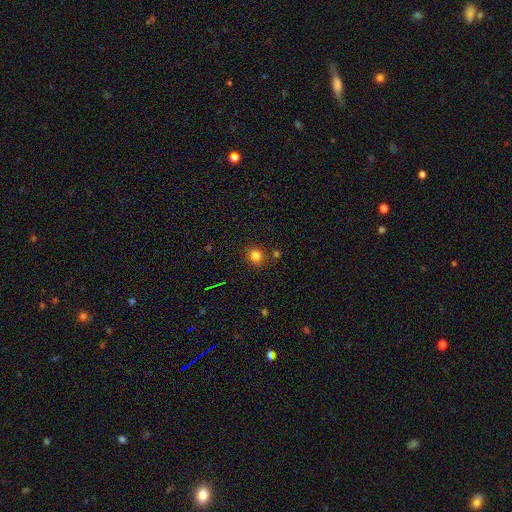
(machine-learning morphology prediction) The model was most divided on "smooth or featured": smooth: 81%, star or artifact: 14%, featured or disk: 5%. More confident: how rounded — round (86%); merging — none (83%).